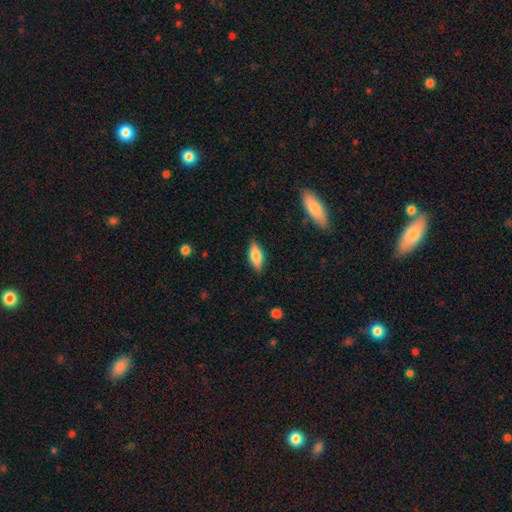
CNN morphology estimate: smooth_or_featured: smooth (p=0.74) [alt: featured or disk p=0.19]
how_rounded: in between (p=0.76) [alt: cigar-shaped p=0.22]
merging: none (p=0.85) [alt: minor disturbance p=0.12]